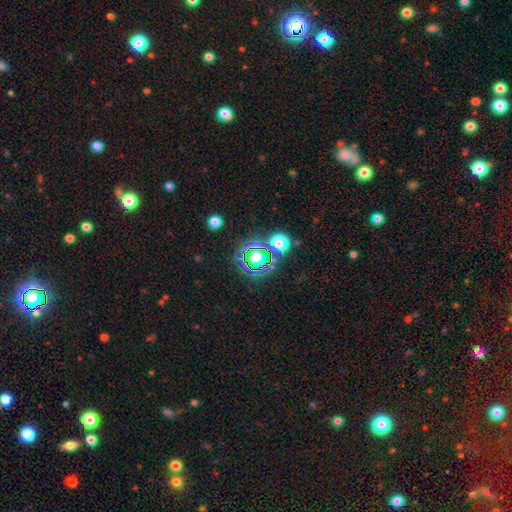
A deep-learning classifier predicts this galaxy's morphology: Smooth or featured: star or artifact — 58% (smooth — 31%)